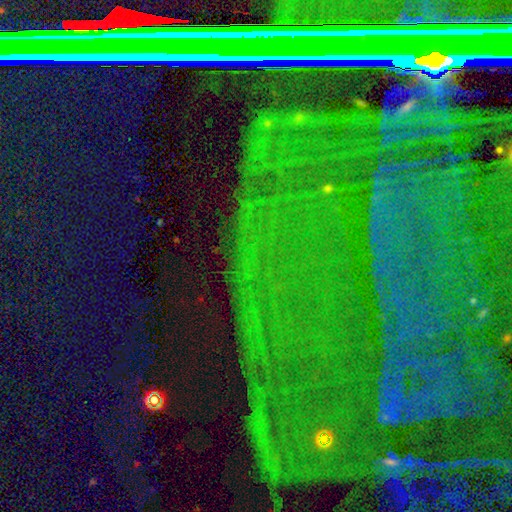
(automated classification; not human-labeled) This appears to be a star or artifact, not a galaxy (85%).